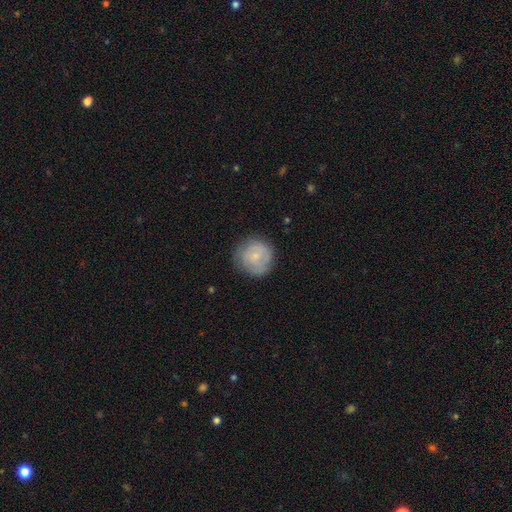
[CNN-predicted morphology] A smooth galaxy with no disk features (48%). Merging: none (76%).